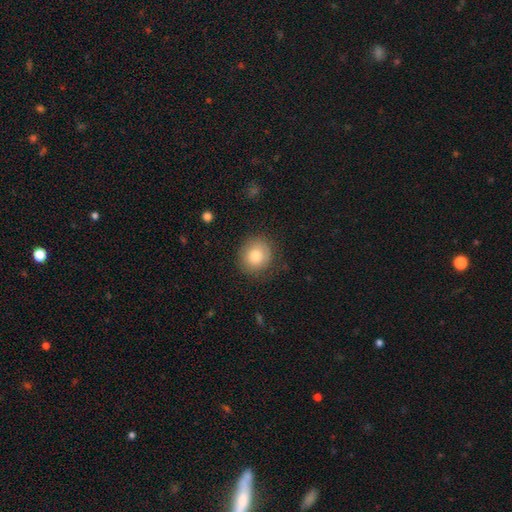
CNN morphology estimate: A smooth galaxy with no disk features (80%) that is round (86%).

Vote fractions:
- Smooth or featured? smooth: 80% / featured or disk: 11% / star or artifact: 9%
- How rounded? round: 86% / in between: 13% / cigar-shaped: 1%
- Merging? none: 83% / minor disturbance: 12% / major disturbance: 4% / merger: 1%